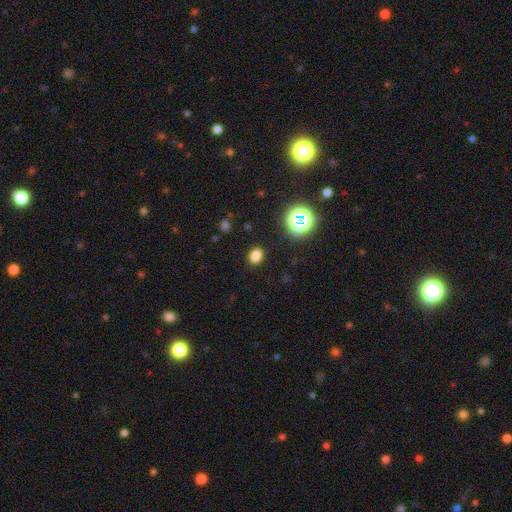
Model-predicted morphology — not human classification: Smooth or featured? Predicted: smooth (p=0.77). How rounded? Predicted: in between (p=0.57). Merging? Predicted: none (p=0.87).